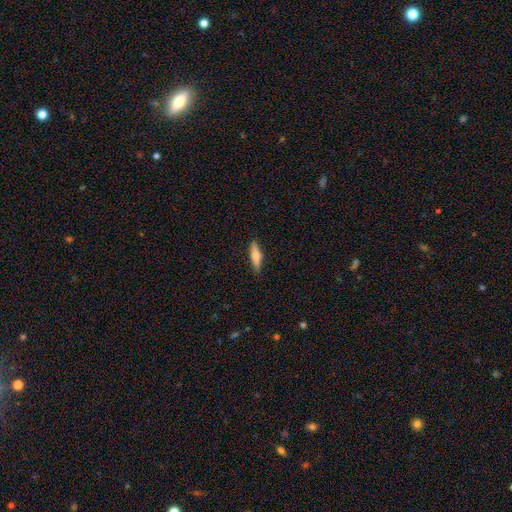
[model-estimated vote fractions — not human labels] The model was most divided on "smooth or featured": smooth: 59%, featured or disk: 35%, star or artifact: 6%. More confident: merging — none (87%); how rounded — cigar-shaped (74%).